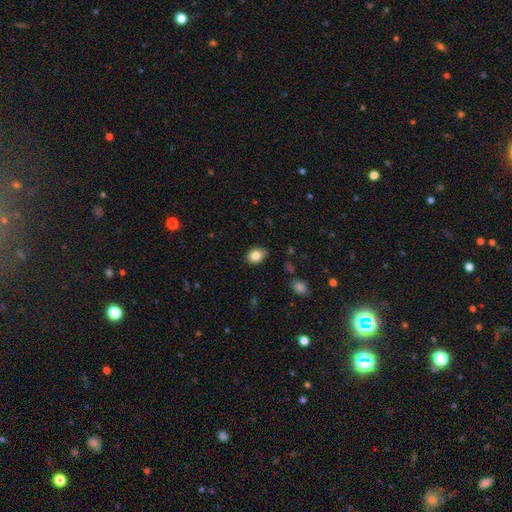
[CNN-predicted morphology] Overall: smooth (83%). How rounded: in between (55%; round 44%). Merging: none (77%).